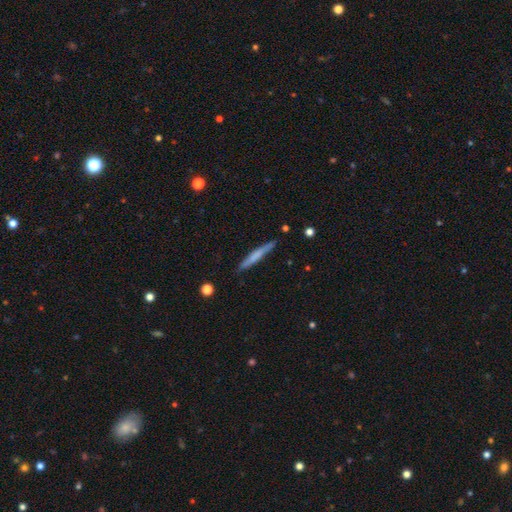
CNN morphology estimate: The model was most divided on "smooth or featured": smooth: 58%, featured or disk: 36%, star or artifact: 6%. More confident: how rounded — cigar-shaped (96%); merging — none (86%).